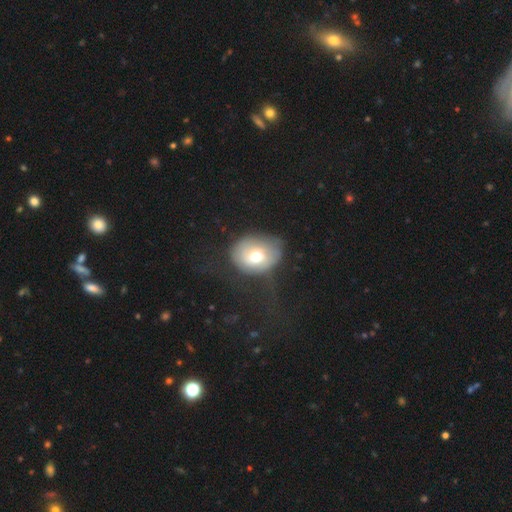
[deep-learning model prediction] smooth-or-featured: smooth: 63% | featured or disk: 28% | star or artifact: 9%
  how-rounded: in between: 50% | round: 49% | cigar-shaped: 1%
  merging: none: 44% | major disturbance: 27% | minor disturbance: 26% | merger: 2%